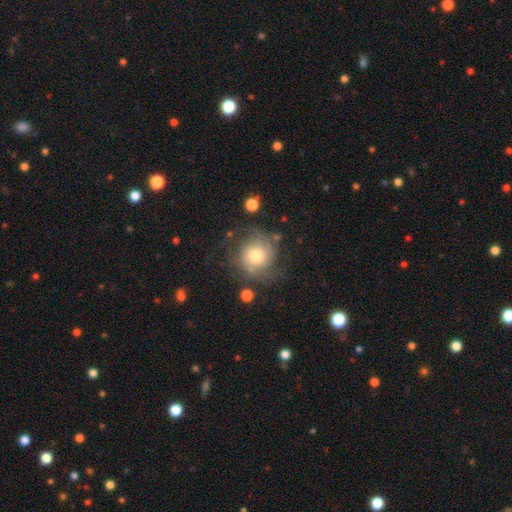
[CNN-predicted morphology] Smooth or featured? featured or disk (52%)
Edge-on disk? no (97%)
Bar? no (83%)
Spiral arms? yes (80%)
Bulge size? moderate (60%)
Merging? none (61%)